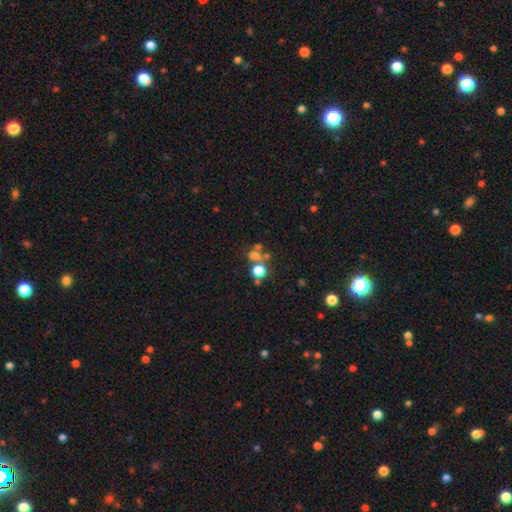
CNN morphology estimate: Smooth or featured?
  - smooth: 59% *
  - star or artifact: 27%
  - featured or disk: 14%
How rounded?
  - round: 74% *
  - in between: 25%
  - cigar-shaped: 2%
Merging?
  - none: 47% *
  - merger: 35%
  - minor disturbance: 9%
  - major disturbance: 9%